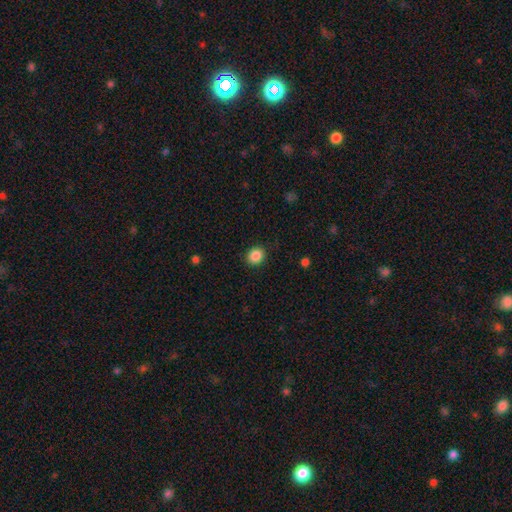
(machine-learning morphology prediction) This is clearly a smooth galaxy (87%). How rounded: likely round (72%). Merging: clearly none (90%).